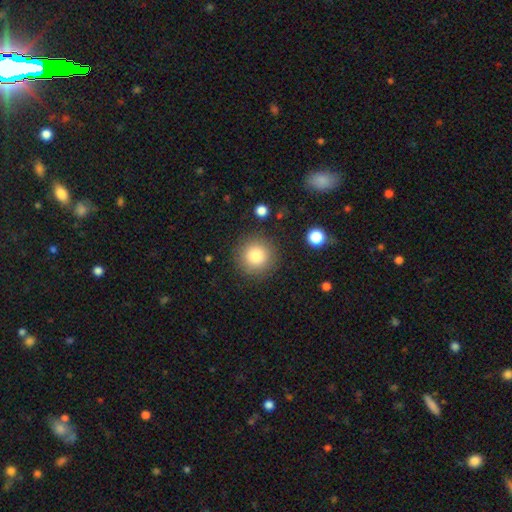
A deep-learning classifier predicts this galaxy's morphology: smooth-or-featured: smooth: 82% | star or artifact: 10% | featured or disk: 8%
  how-rounded: round: 95% | in between: 4% | cigar-shaped: 1%
  merging: none: 88% | minor disturbance: 7% | major disturbance: 3% | merger: 2%